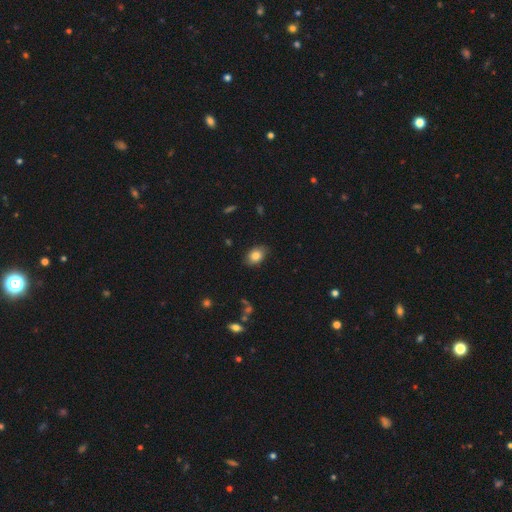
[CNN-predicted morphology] Overall: smooth (83%). How rounded: in between (78%). Merging: none (83%).